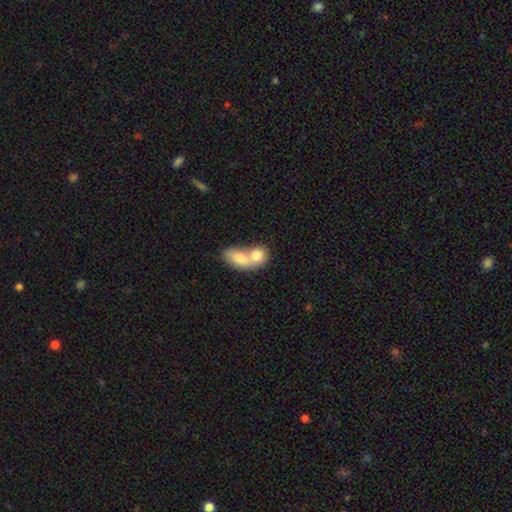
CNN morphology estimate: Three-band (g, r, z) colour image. It shows a smooth galaxy with no disk features (76%) that is in between round and cigar-shaped (61%). Merging: merger (74%).